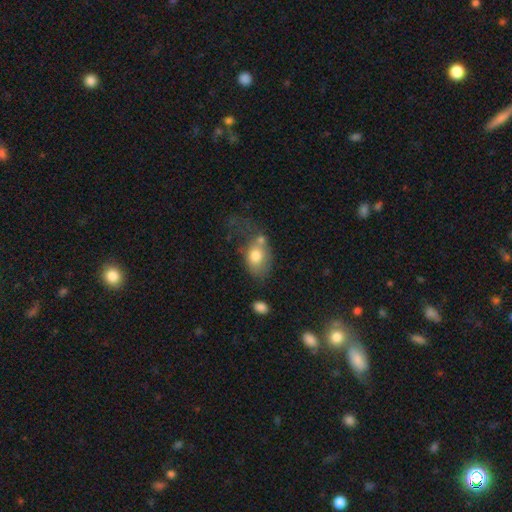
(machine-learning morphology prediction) The model was most divided on "merging": major disturbance: 30%, none: 27%, minor disturbance: 23%, merger: 20%. More confident: how rounded — in between (79%); smooth or featured — smooth (74%).